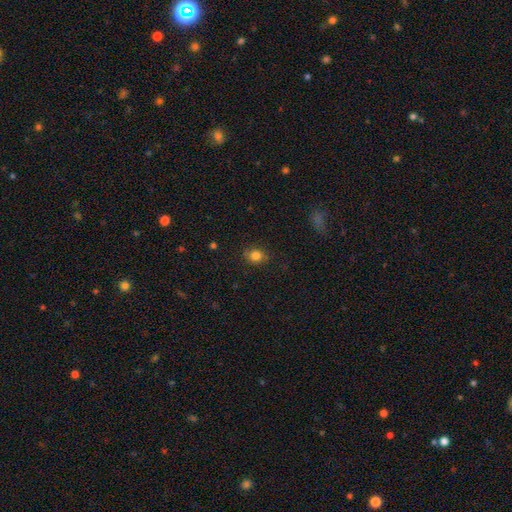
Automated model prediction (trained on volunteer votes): smooth_or_featured: smooth (p=0.82) [alt: star or artifact p=0.12]
how_rounded: round (p=0.70) [alt: in between p=0.29]
merging: none (p=0.82) [alt: minor disturbance p=0.14]